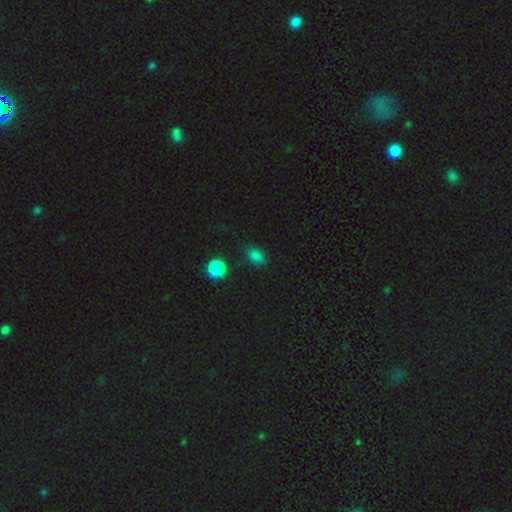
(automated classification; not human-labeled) This appears to be a smooth galaxy with no disk features (79%) that is in between round and cigar-shaped (73%). Merging: none (74%).